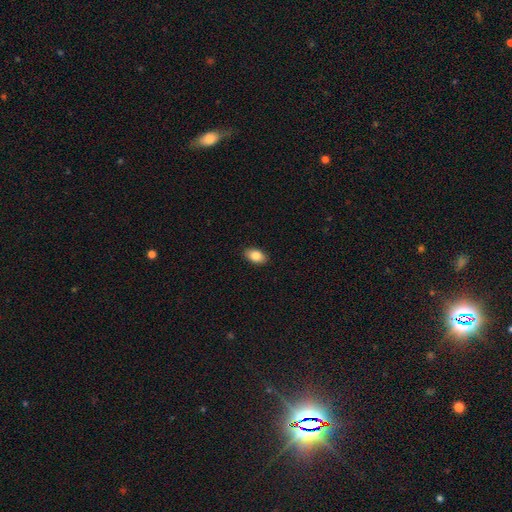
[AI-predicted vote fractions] Smooth or featured? smooth (85%)
How rounded? in between (91%)
Merging? none (90%)